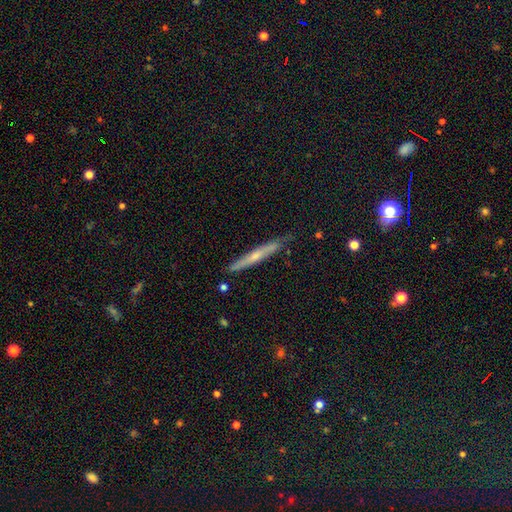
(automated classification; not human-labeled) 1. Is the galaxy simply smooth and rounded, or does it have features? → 57% featured or disk, 37% smooth, 6% star or artifact.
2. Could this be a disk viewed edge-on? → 94% yes, 6% no.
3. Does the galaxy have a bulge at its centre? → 57% rounded, 39% none, 4% boxy.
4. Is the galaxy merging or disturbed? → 81% none, 16% minor disturbance, 2% major disturbance, 2% merger.